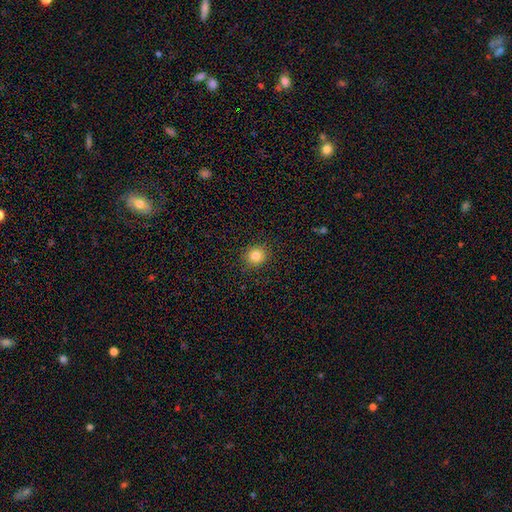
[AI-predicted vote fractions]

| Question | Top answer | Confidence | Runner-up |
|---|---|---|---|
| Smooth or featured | smooth | 84% | star or artifact (11%) |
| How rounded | round | 85% | in between (14%) |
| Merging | none | 90% | minor disturbance (7%) |